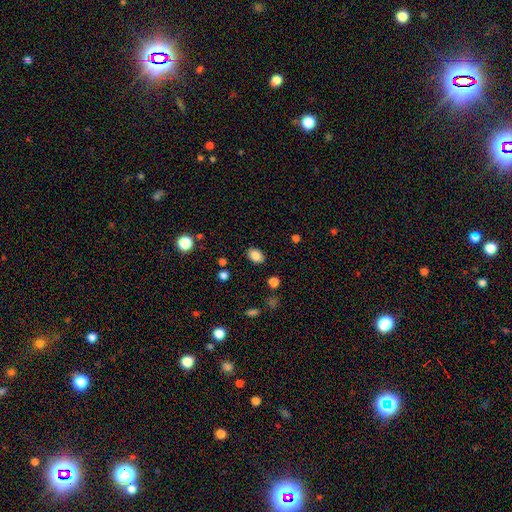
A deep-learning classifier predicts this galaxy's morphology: smooth-or-featured: smooth: 85% | star or artifact: 9% | featured or disk: 5%
  how-rounded: in between: 79% | round: 20% | cigar-shaped: 1%
  merging: none: 85% | minor disturbance: 11% | major disturbance: 3% | merger: 2%